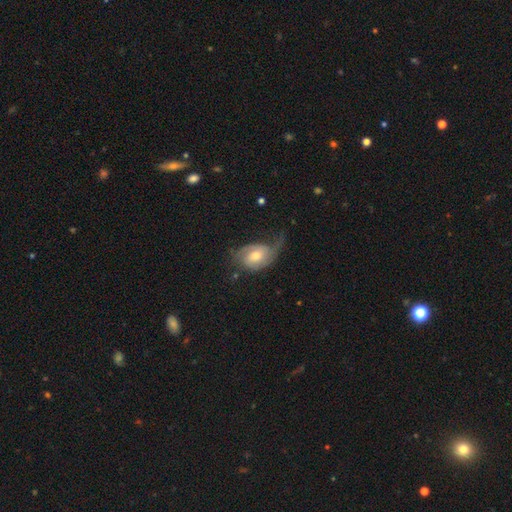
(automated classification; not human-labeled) This is likely a featured or disk galaxy (66%). It is clearly not viewed edge-on (96%). Bar: possibly no (58%). Spiral arm pattern: clearly yes (87%). Spiral arm count: possibly 2 (52%). Spiral winding: marginally loose (43%). Central bulge: likely moderate (65%). Merging: marginally major disturbance (35%).